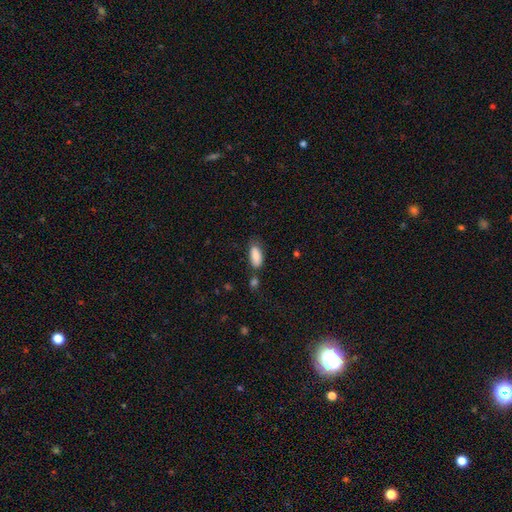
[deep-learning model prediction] smooth-or-featured: smooth: 87% | star or artifact: 7% | featured or disk: 6%
  how-rounded: in between: 87% | cigar-shaped: 11% | round: 2%
  merging: none: 65% | minor disturbance: 22% | merger: 8% | major disturbance: 6%